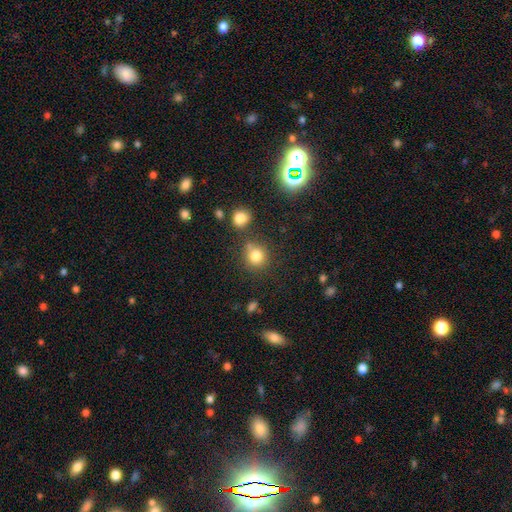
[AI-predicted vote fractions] Morphology: type=smooth (80%); roundness=round (88%); merging=none (70%).